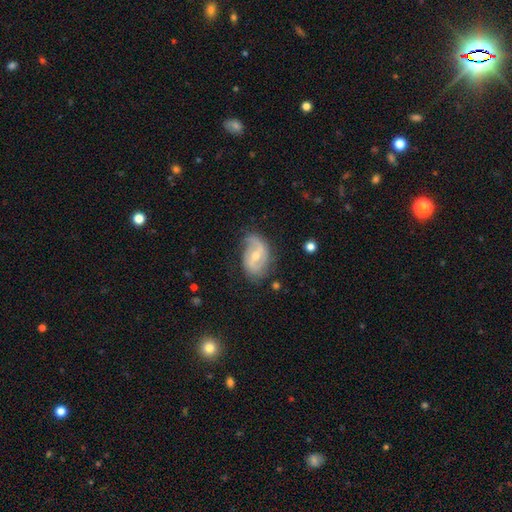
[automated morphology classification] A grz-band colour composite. It shows a featured or disk galaxy (76%) with a weak bar (52%), 2 (67%) medium (42%) spiral arms (88%) and a moderate central bulge (59%). Merging: none (64%).